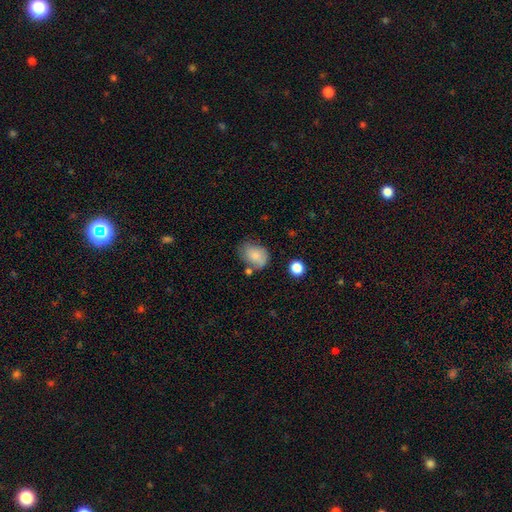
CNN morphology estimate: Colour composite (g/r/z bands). It shows a smooth galaxy with no disk features (80%) that is in between round and cigar-shaped (66%). Merging: none (56%).